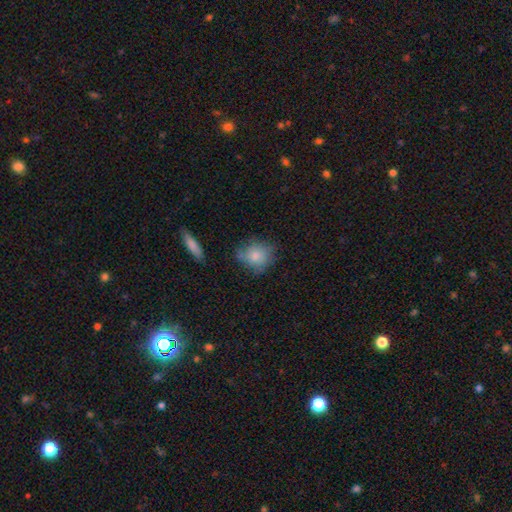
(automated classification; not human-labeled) This is likely a smooth galaxy (80%). How rounded: likely round (75%). Merging: likely none (62%).